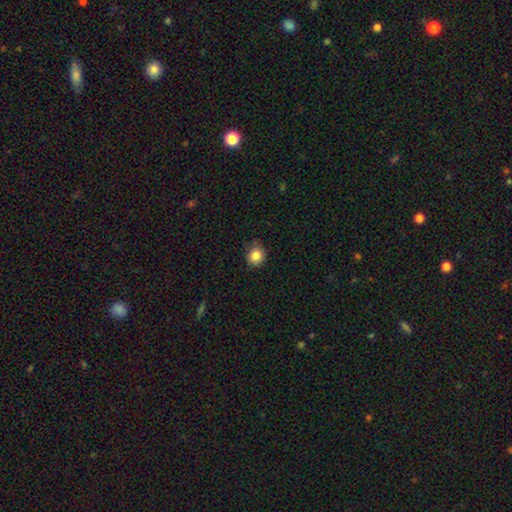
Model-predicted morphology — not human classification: Overall: smooth (85%). How rounded: round (88%). Merging: none (81%).